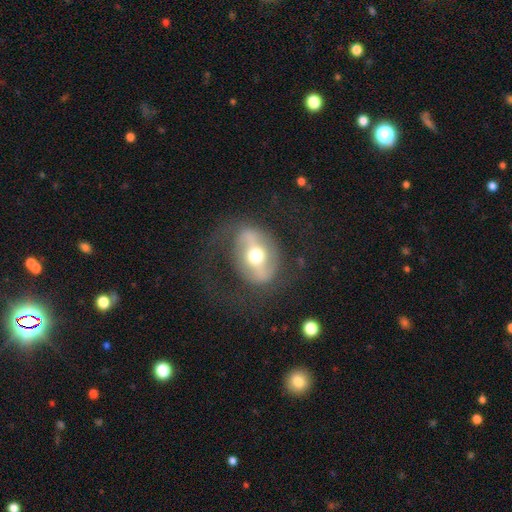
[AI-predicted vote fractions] The model was most divided on "spiral arms": no: 66%, yes: 34%. More confident: edge-on disk — no (88%); bulge size — moderate (68%); merging — none (65%); smooth or featured — featured or disk (63%); bar — strong (56%).